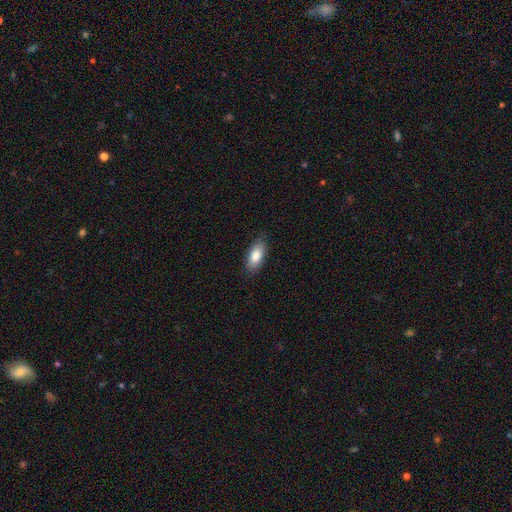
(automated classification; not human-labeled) This appears to be a smooth galaxy with no disk features (84%) that is in between round and cigar-shaped (84%). Merging: none (85%).